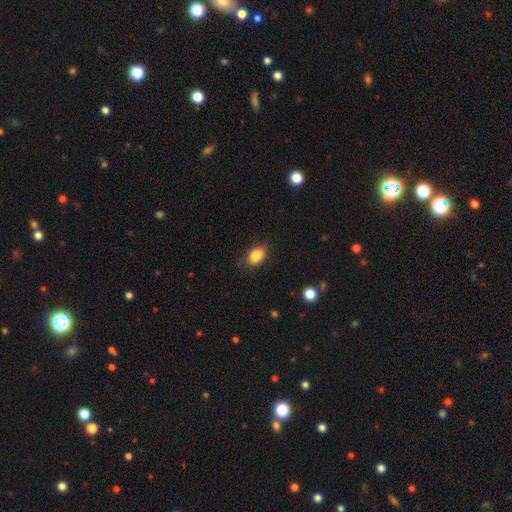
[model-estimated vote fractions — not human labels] A smooth galaxy with no disk features (86%) that is in between round and cigar-shaped (80%). Merging: none (81%).